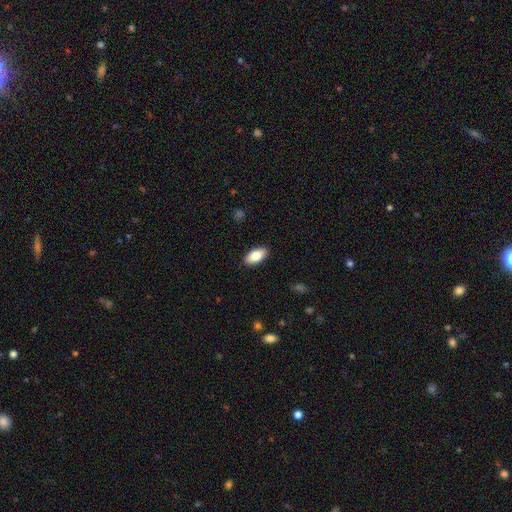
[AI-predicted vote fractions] The model was most divided on "smooth or featured": smooth: 82%, featured or disk: 12%, star or artifact: 6%. More confident: how rounded — in between (91%); merging — none (89%).